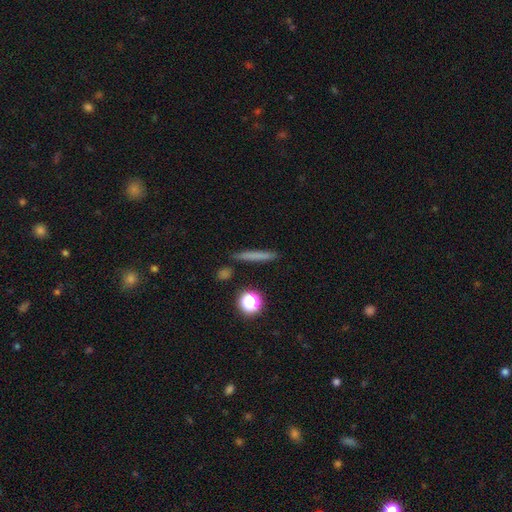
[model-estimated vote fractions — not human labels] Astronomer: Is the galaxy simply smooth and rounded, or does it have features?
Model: smooth — 67%.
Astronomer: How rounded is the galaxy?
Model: cigar-shaped — 89%.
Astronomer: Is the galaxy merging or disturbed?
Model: none — 86%.